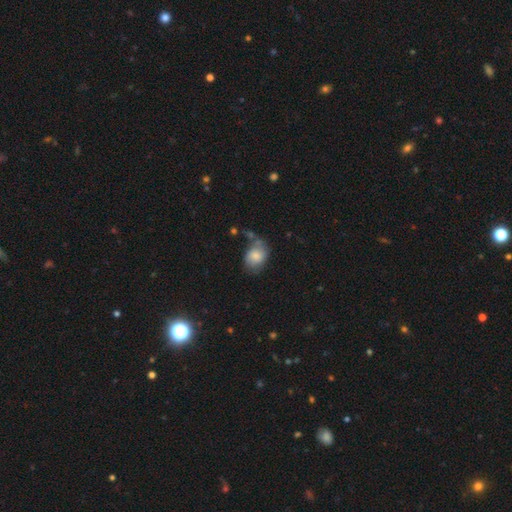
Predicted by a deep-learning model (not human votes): A smooth galaxy with no disk features (75%) that is in between round and cigar-shaped (66%).

Vote fractions:
- Smooth or featured? smooth: 75% / featured or disk: 17% / star or artifact: 8%
- How rounded? in between: 66% / round: 33% / cigar-shaped: 1%
- Merging? none: 49% / minor disturbance: 28% / major disturbance: 12% / merger: 11%